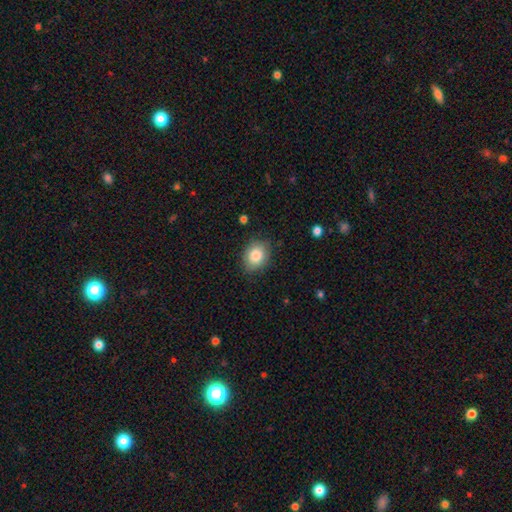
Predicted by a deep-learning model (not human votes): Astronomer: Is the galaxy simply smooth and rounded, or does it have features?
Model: smooth — 83%.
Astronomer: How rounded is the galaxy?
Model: in between — 54% (runner-up: round, 45%).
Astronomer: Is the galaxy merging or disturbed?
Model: none — 83%.